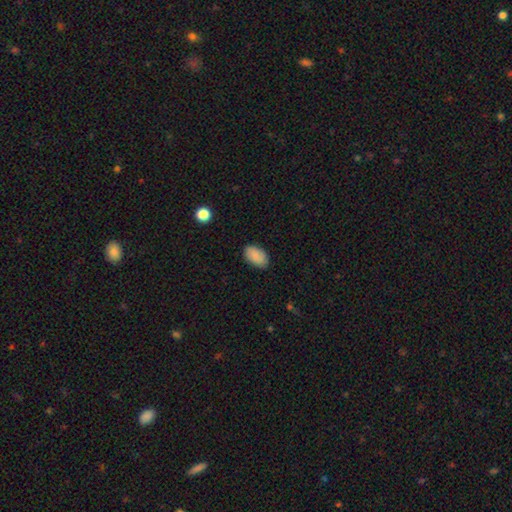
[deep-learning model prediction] Overall: smooth (89%). How rounded: in between (93%). Merging: none (86%).